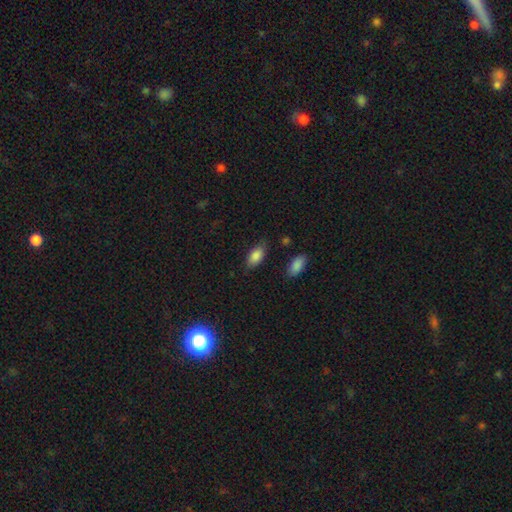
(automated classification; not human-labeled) This is clearly a smooth galaxy (86%). How rounded: clearly in between (92%). Merging: likely none (78%).